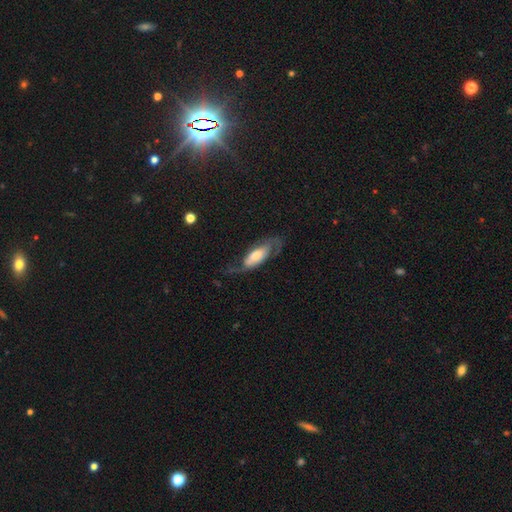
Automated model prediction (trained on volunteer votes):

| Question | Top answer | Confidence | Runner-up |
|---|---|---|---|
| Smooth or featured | featured or disk | 65% | smooth (29%) |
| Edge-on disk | no | 84% | yes (16%) |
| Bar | no | 54% | weak (28%) |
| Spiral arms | yes | 83% | no (17%) |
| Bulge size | moderate | 45% | small (29%) |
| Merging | none | 51% | major disturbance (25%) |